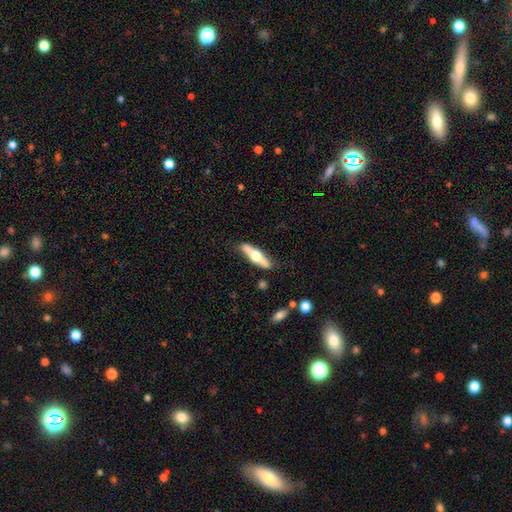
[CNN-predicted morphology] Overall: featured or disk (56%; smooth 38%). Edge-on disk: yes (92%). Edge-on bulge: rounded (93%). Merging: none (82%).